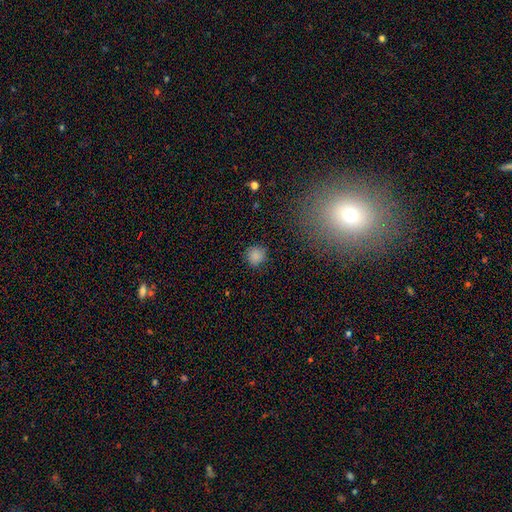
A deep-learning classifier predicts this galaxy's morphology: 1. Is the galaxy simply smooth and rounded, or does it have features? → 84% smooth, 11% star or artifact, 5% featured or disk.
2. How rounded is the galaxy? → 91% round, 8% in between, 1% cigar-shaped.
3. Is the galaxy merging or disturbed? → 85% none, 11% minor disturbance, 3% major disturbance, 1% merger.